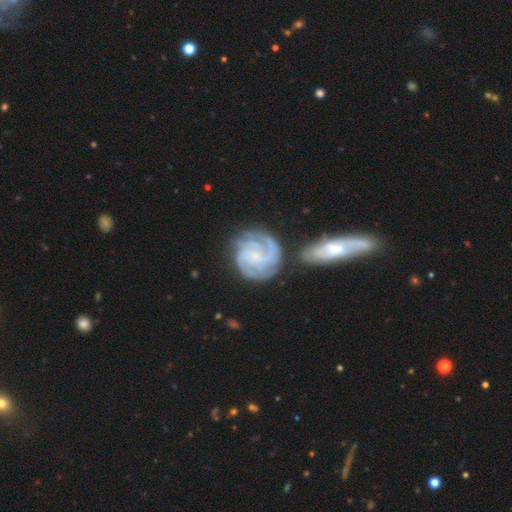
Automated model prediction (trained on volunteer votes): Smooth or featured?
  - featured or disk: 85% *
  - smooth: 10%
  - star or artifact: 5%
Edge-on disk?
  - no: 97% *
  - yes: 3%
Bar?
  - no: 61% *
  - weak: 31%
  - strong: 8%
Spiral arms?
  - yes: 97% *
  - no: 3%
Spiral winding?
  - tight: 68% *
  - medium: 27%
  - loose: 5%
Spiral arm count?
  - 3: 36% *
  - 4: 22%
  - can't tell: 18%
  - 2: 12%
  - more than 4: 6%
  - 1: 6%
Bulge size?
  - small: 59% *
  - none: 23%
  - moderate: 15%
  - large: 2%
  - dominant: 1%
Merging?
  - none: 61% *
  - merger: 16%
  - minor disturbance: 16%
  - major disturbance: 7%